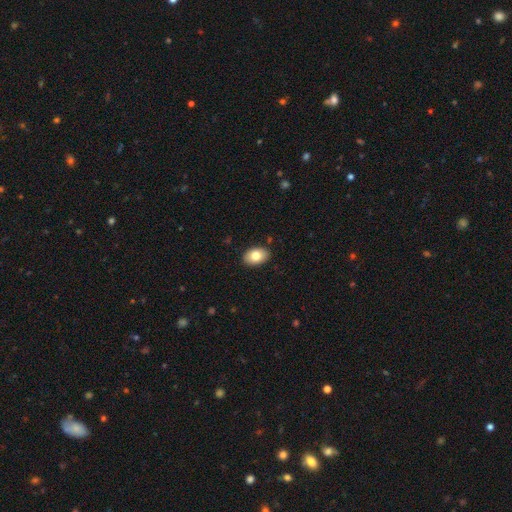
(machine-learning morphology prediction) type=smooth (81%); roundness=in between (86%); merging=none (89%).